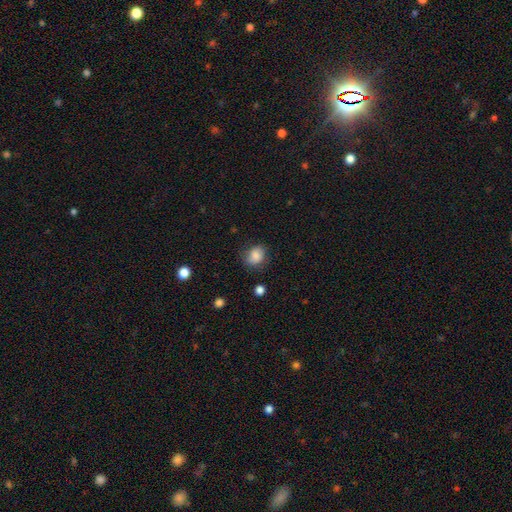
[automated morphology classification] Smooth or featured? Predicted: smooth (p=0.84). How rounded? Predicted: round (p=0.58). Merging? Predicted: none (p=0.72).